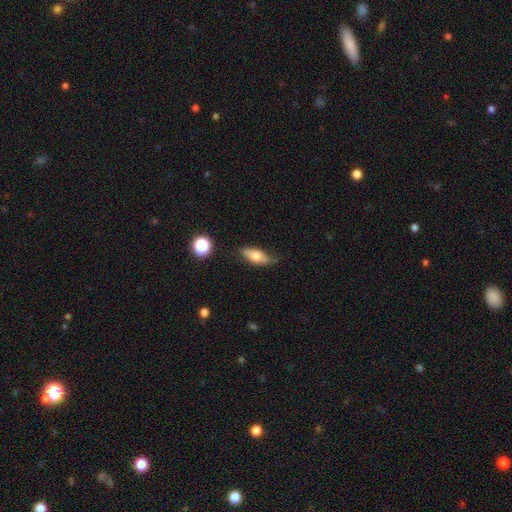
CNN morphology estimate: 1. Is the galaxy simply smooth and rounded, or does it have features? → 68% smooth, 25% featured or disk, 7% star or artifact.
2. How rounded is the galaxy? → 78% in between, 18% cigar-shaped, 4% round.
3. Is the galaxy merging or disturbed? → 70% none, 23% minor disturbance, 4% major disturbance, 2% merger.